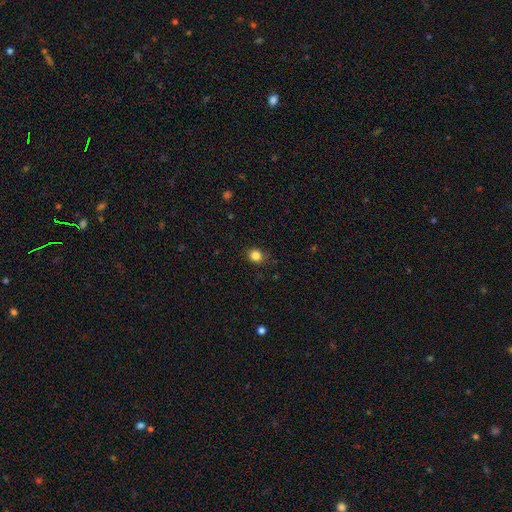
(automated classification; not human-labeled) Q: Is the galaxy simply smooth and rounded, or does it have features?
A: smooth — 85%.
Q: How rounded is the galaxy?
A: round — 74%.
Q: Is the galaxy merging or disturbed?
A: none — 85%.